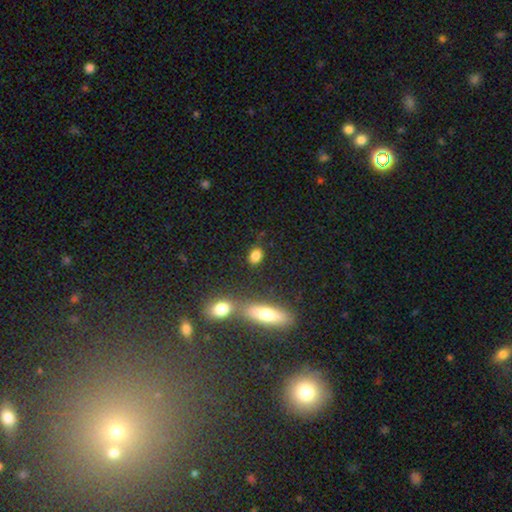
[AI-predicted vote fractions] This is clearly a smooth galaxy (82%). How rounded: likely in between (64%). Merging: likely none (74%).